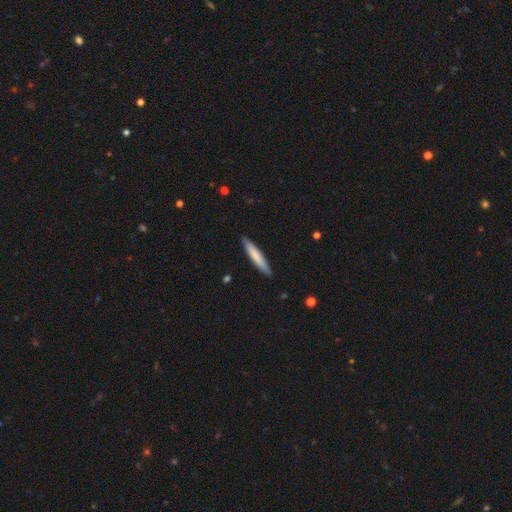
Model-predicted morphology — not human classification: Smooth or featured? smooth (76%)
How rounded? cigar-shaped (91%)
Merging? none (89%)